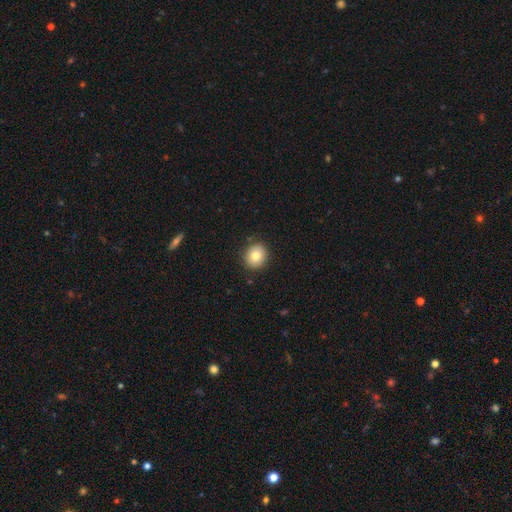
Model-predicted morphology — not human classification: smooth 79%, featured or disk 12%, star or artifact 9%. Down the decision tree: how rounded — round (80%); merging — none (87%).